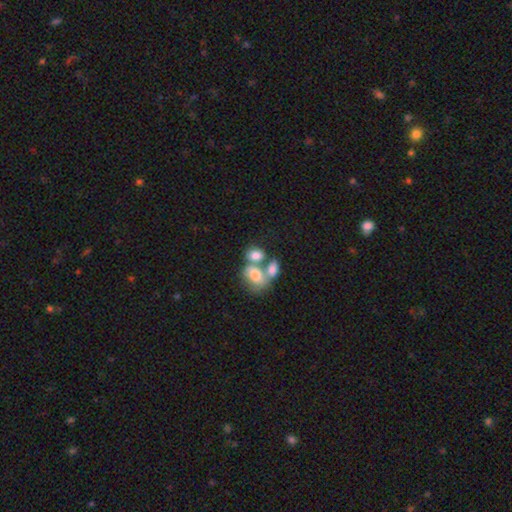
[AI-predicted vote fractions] Overall: smooth (73%). How rounded: in between (78%). Merging: merger (59%; none 25%).